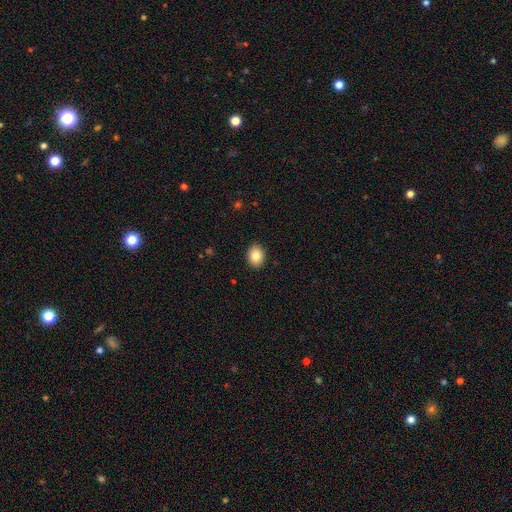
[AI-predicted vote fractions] Smooth or featured: smooth — 84% (star or artifact — 9%)
How rounded: in between — 51% (round — 48%)
Merging: none — 91% (minor disturbance — 7%)